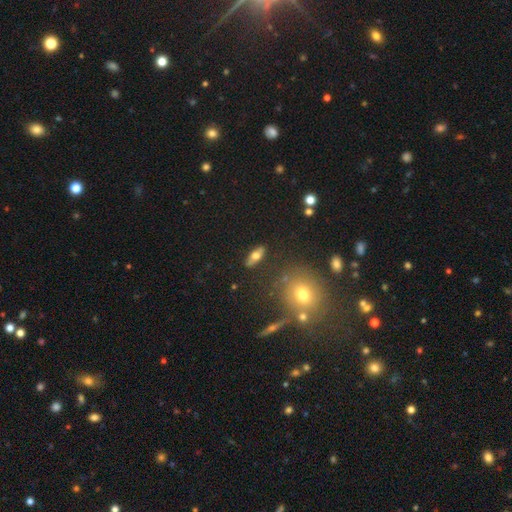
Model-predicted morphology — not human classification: smooth-or-featured: smooth: 55% | featured or disk: 36% | star or artifact: 9%
  how-rounded: in between: 65% | cigar-shaped: 29% | round: 6%
  merging: none: 84% | minor disturbance: 10% | merger: 3% | major disturbance: 3%